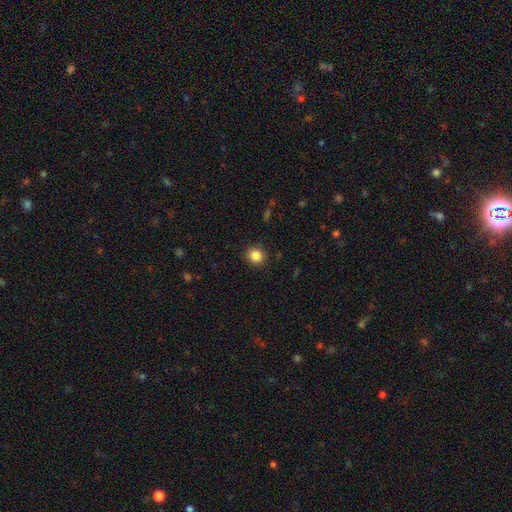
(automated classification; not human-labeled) Morphology: type=smooth (85%); roundness=round (86%); merging=none (90%).